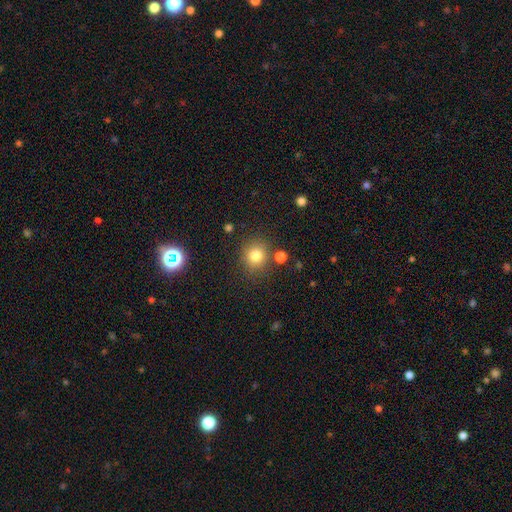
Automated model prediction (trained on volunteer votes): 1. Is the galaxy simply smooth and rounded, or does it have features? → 80% smooth, 13% star or artifact, 7% featured or disk.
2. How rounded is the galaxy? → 88% round, 11% in between, 1% cigar-shaped.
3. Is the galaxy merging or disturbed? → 81% none, 10% minor disturbance, 6% merger, 3% major disturbance.